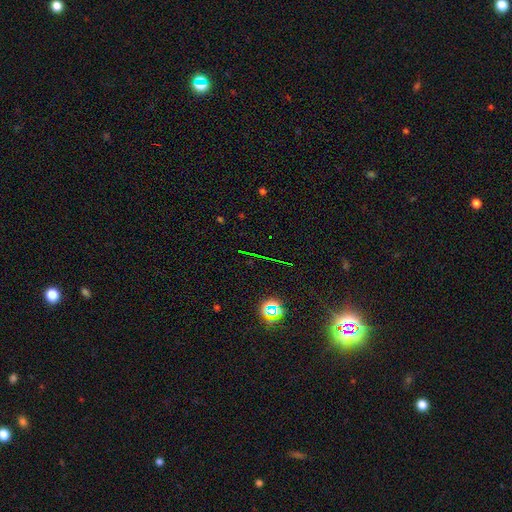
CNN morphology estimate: Q: Smooth or featured?
A: star or artifact (78%); runner-up: smooth (12%)